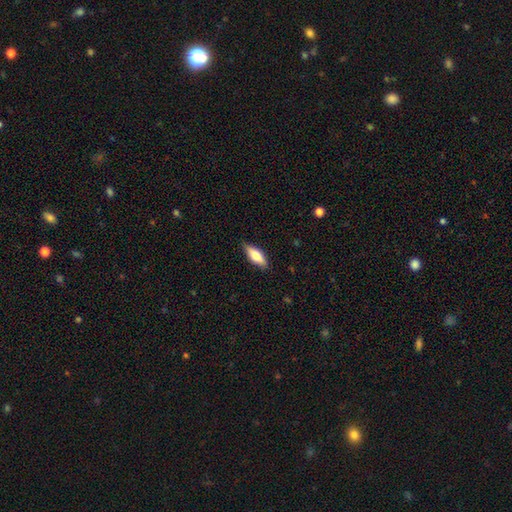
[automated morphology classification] type=smooth (64%); roundness=in between (64%); merging=none (85%).